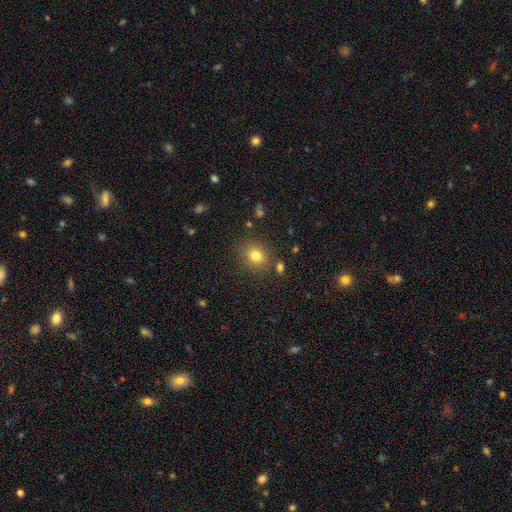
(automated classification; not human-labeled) A smooth galaxy with no disk features (80%) that is round (64%).

Vote fractions:
- Smooth or featured? smooth: 80% / star or artifact: 13% / featured or disk: 8%
- How rounded? round: 64% / in between: 35% / cigar-shaped: 1%
- Merging? none: 82% / minor disturbance: 10% / merger: 4% / major disturbance: 3%